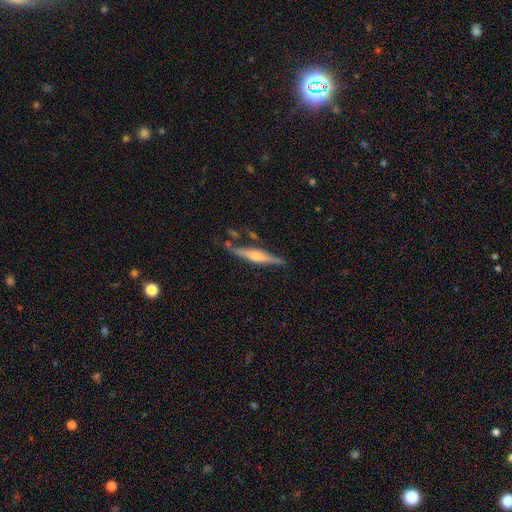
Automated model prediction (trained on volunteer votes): Smooth or featured? featured or disk (74%)
Edge-on disk? yes (97%)
Edge-on bulge? rounded (80%)
Merging? none (76%)